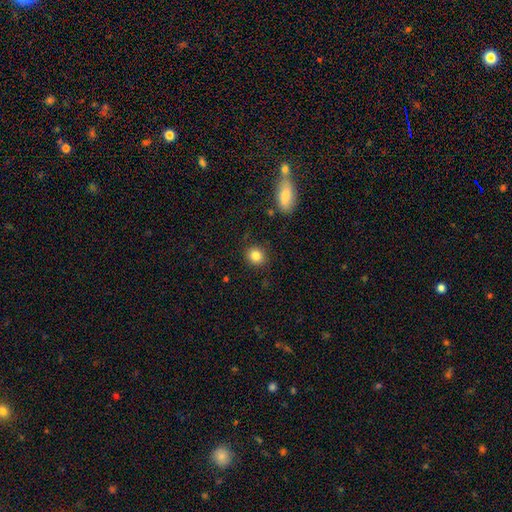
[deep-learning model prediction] smooth_or_featured: smooth (p=0.85) [alt: star or artifact p=0.10]
how_rounded: round (p=0.84) [alt: in between p=0.15]
merging: none (p=0.88) [alt: minor disturbance p=0.08]